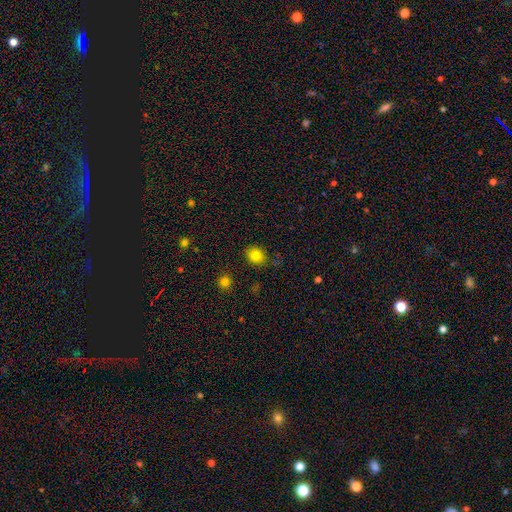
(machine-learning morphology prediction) A smooth galaxy with no disk features (82%) that is round (66%). Merging: none (84%).